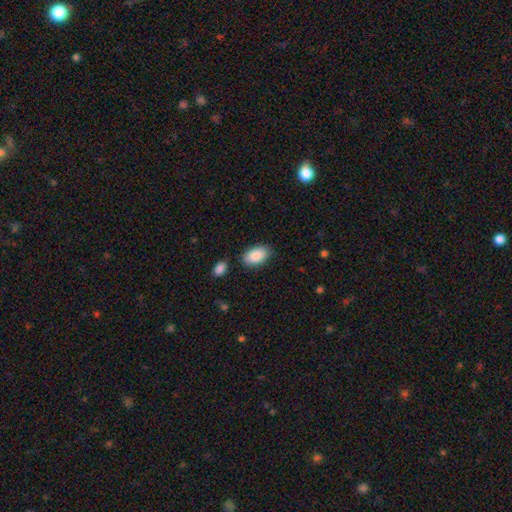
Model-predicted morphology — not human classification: Smooth or featured? Predicted: smooth (p=0.88). How rounded? Predicted: in between (p=0.94). Merging? Predicted: none (p=0.83).